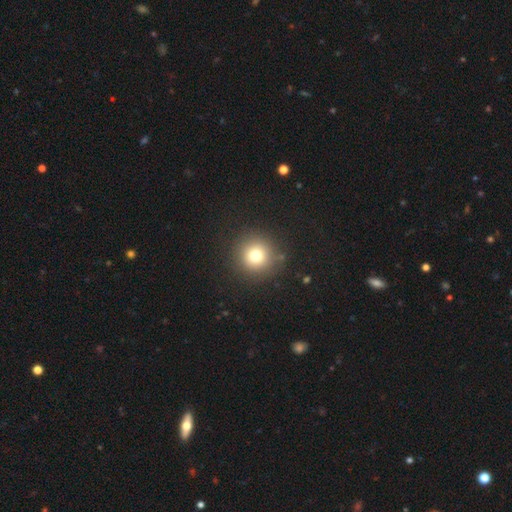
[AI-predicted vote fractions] Smooth or featured? smooth (75%)
How rounded? round (95%)
Merging? none (90%)